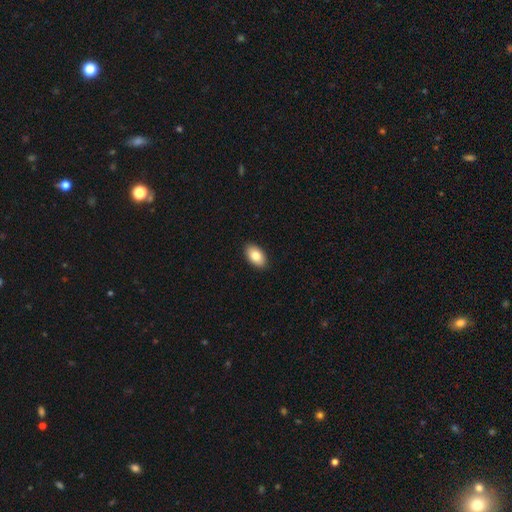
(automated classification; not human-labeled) smooth 83%, featured or disk 10%, star or artifact 7%. Down the decision tree: how rounded — in between (93%); merging — none (90%).